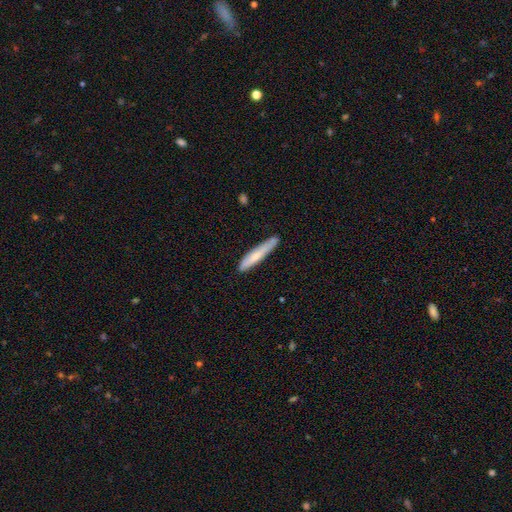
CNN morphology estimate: smooth_or_featured: smooth (p=0.70) [alt: featured or disk p=0.24]
how_rounded: cigar-shaped (p=0.93) [alt: in between p=0.06]
merging: none (p=0.81) [alt: minor disturbance p=0.15]